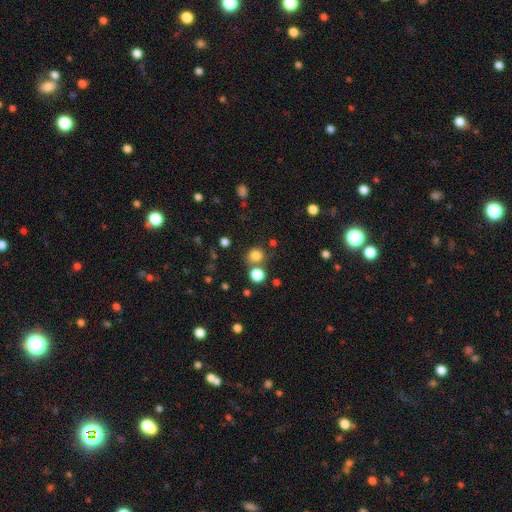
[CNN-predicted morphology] The model was most divided on "merging": none: 71%, merger: 16%, minor disturbance: 9%, major disturbance: 4%. More confident: how rounded — round (87%); smooth or featured — smooth (79%).